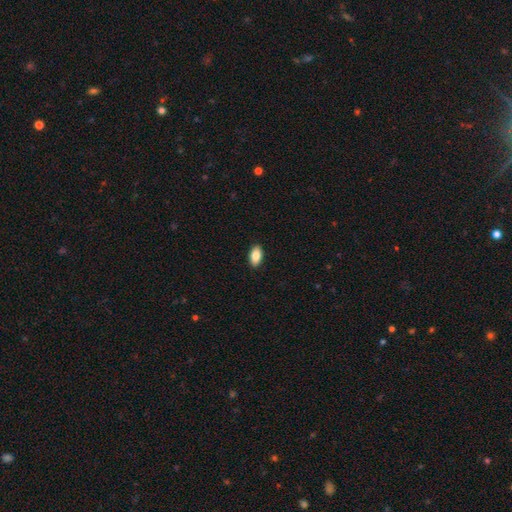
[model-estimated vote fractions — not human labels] smooth_or_featured: smooth (p=0.85) [alt: featured or disk p=0.08]
how_rounded: in between (p=0.93) [alt: round p=0.04]
merging: none (p=0.90) [alt: minor disturbance p=0.07]